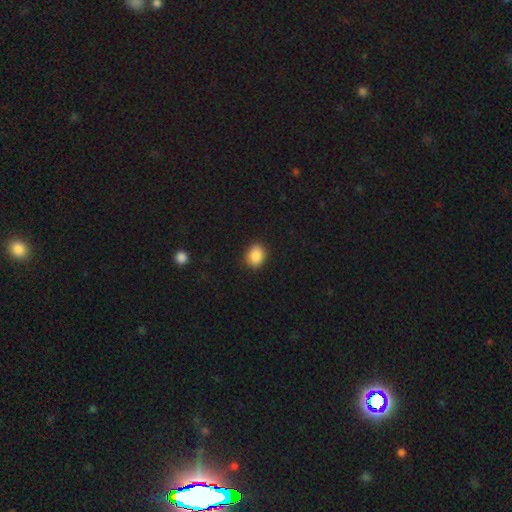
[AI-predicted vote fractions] smooth_or_featured: smooth (p=0.88) [alt: star or artifact p=0.08]
how_rounded: in between (p=0.57) [alt: round p=0.42]
merging: none (p=0.86) [alt: minor disturbance p=0.11]